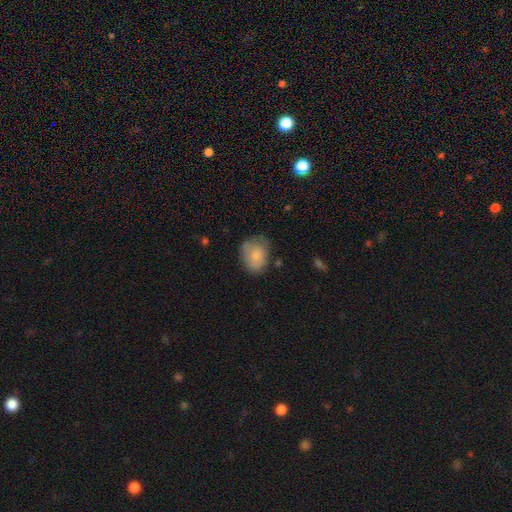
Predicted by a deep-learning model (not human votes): Smooth or featured?
  - smooth: 81% *
  - featured or disk: 12%
  - star or artifact: 7%
How rounded?
  - in between: 58% *
  - round: 41%
  - cigar-shaped: 1%
Merging?
  - none: 58% *
  - minor disturbance: 29%
  - major disturbance: 10%
  - merger: 3%